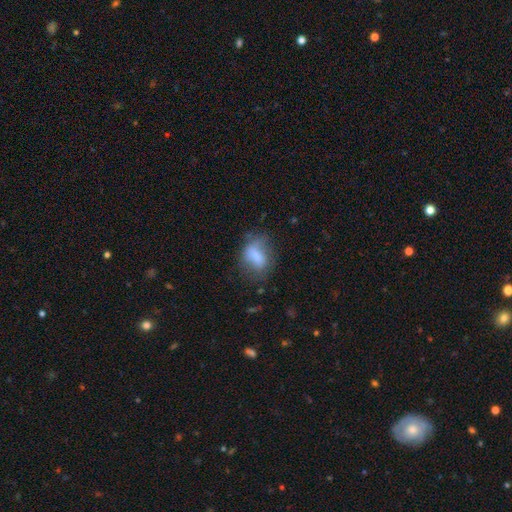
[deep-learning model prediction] Smooth or featured: smooth — 67% (featured or disk — 24%)
How rounded: in between — 76% (round — 21%)
Merging: none — 44% (minor disturbance — 30%)